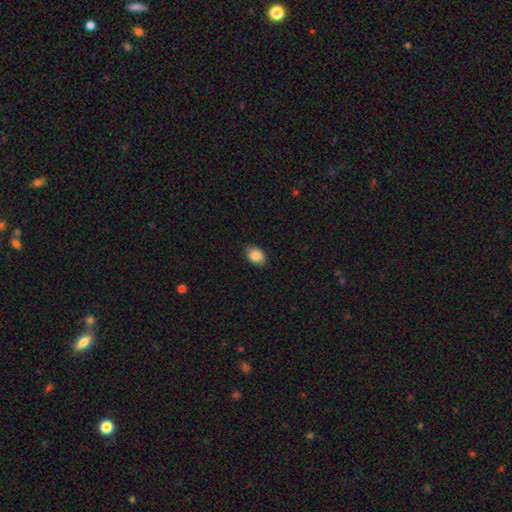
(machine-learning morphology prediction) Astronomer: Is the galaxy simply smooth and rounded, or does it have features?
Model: smooth — 87%.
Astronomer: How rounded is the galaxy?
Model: in between — 80%.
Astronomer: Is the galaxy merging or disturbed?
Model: none — 87%.